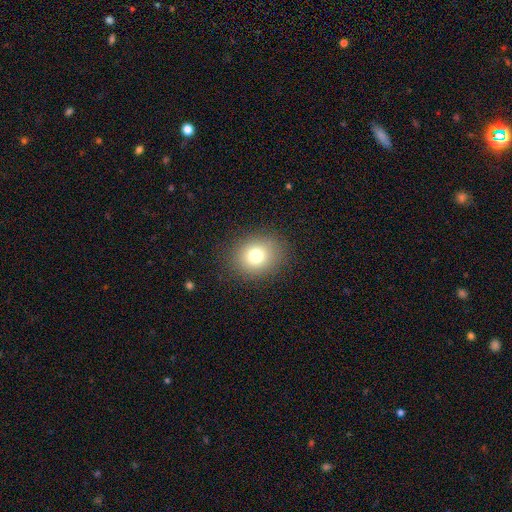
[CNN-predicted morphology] Overall: smooth (77%). How rounded: round (63%; in between 36%). Merging: none (87%).